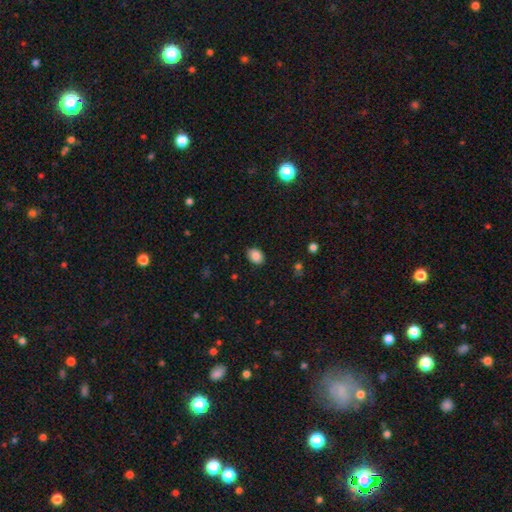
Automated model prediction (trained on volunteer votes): Smooth or featured: smooth — 87% (star or artifact — 9%)
How rounded: in between — 75% (round — 24%)
Merging: none — 86% (minor disturbance — 10%)